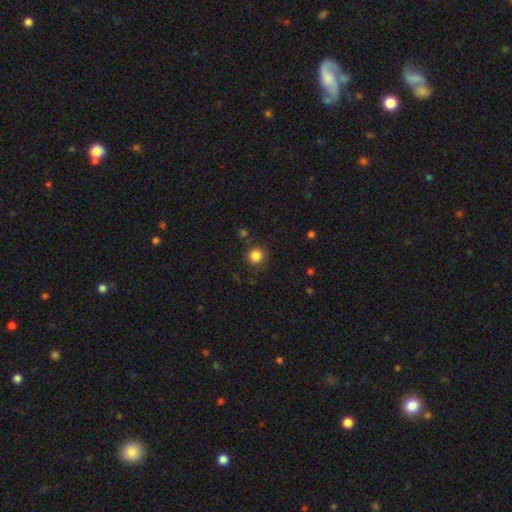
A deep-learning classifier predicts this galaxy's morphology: smooth-or-featured: smooth: 85% | star or artifact: 11% | featured or disk: 4%
  how-rounded: round: 93% | in between: 6% | cigar-shaped: 1%
  merging: none: 85% | minor disturbance: 9% | major disturbance: 3% | merger: 3%